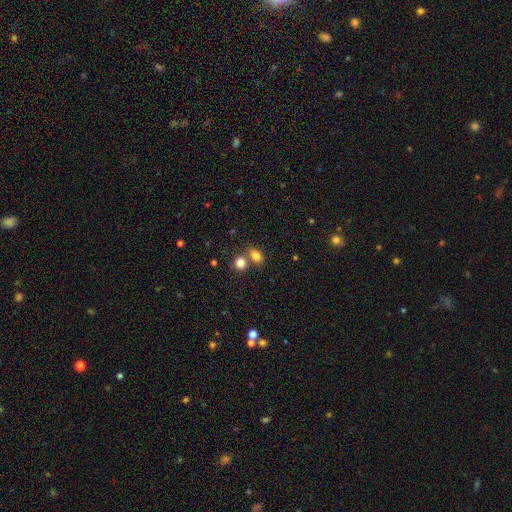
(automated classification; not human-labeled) This appears to be a smooth galaxy with no disk features (81%) that is in between round and cigar-shaped (66%). Merging: none (51%).